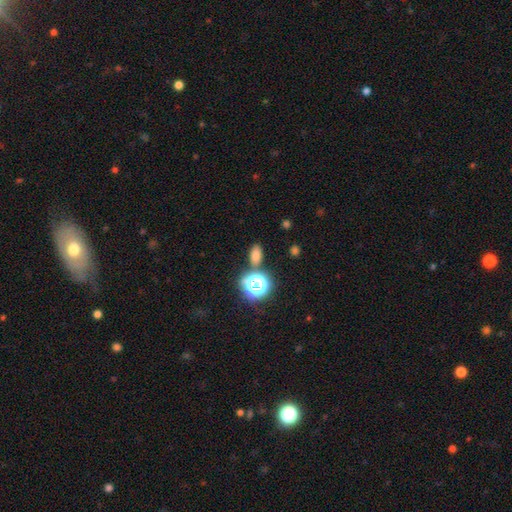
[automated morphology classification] Smooth or featured: smooth — 71% (star or artifact — 22%)
How rounded: in between — 79% (round — 18%)
Merging: none — 78% (minor disturbance — 10%)